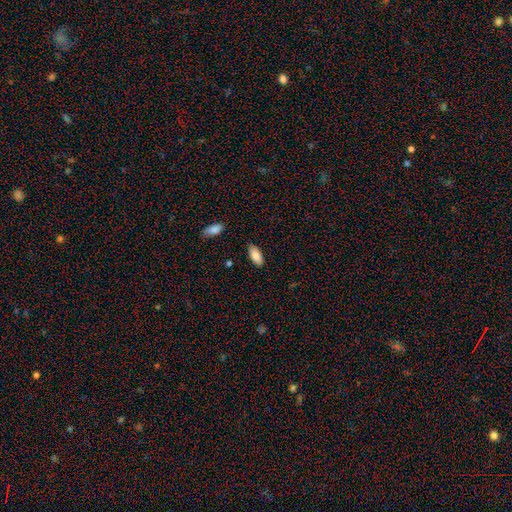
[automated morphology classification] A smooth galaxy with no disk features (86%) that is in between round and cigar-shaped (89%).

Vote fractions:
- Smooth or featured? smooth: 86% / featured or disk: 7% / star or artifact: 6%
- How rounded? in between: 89% / cigar-shaped: 10% / round: 2%
- Merging? none: 85% / minor disturbance: 12% / major disturbance: 2% / merger: 2%